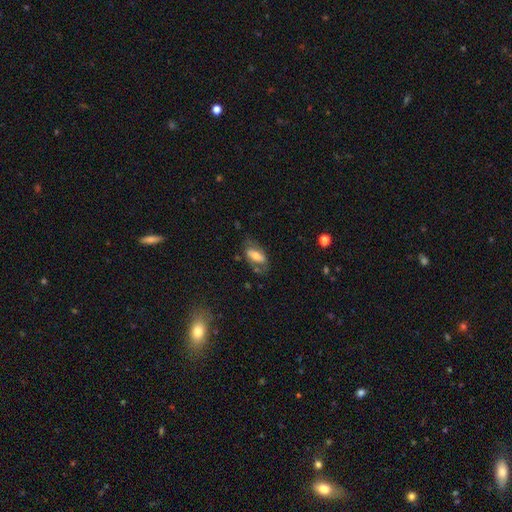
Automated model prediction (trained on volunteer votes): A smooth galaxy with no disk features (50%) that is in between round and cigar-shaped (86%).

Vote fractions:
- Smooth or featured? smooth: 50% / featured or disk: 43% / star or artifact: 7%
- How rounded? in between: 86% / cigar-shaped: 10% / round: 4%
- Merging? none: 61% / minor disturbance: 22% / major disturbance: 14% / merger: 3%